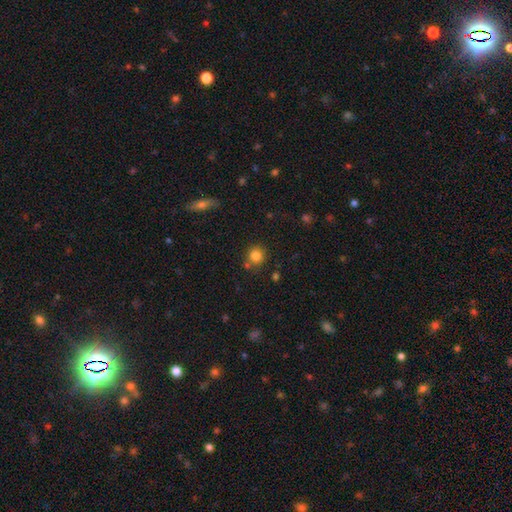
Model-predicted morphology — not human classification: This appears to be a smooth galaxy with no disk features (82%) that is round (90%). Merging: none (76%).